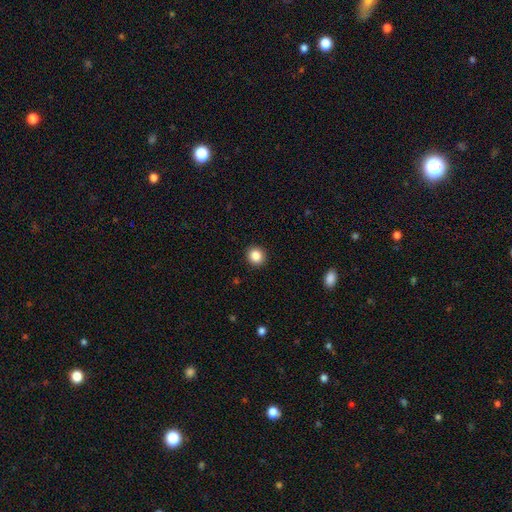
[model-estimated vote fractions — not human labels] Smooth or featured? Predicted: smooth (p=0.86). How rounded? Predicted: round (p=0.91). Merging? Predicted: none (p=0.92).